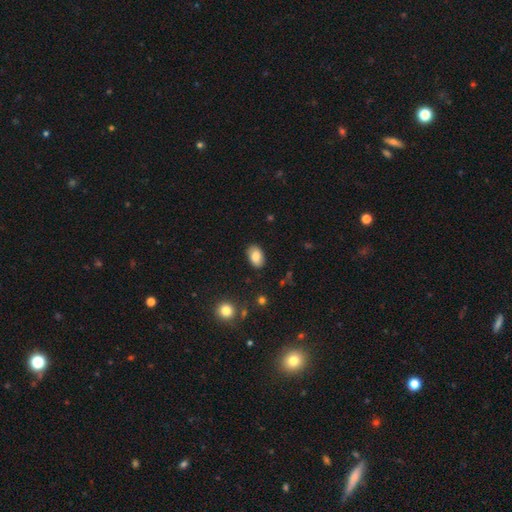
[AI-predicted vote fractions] Overall: smooth (84%). How rounded: in between (89%). Merging: none (87%).